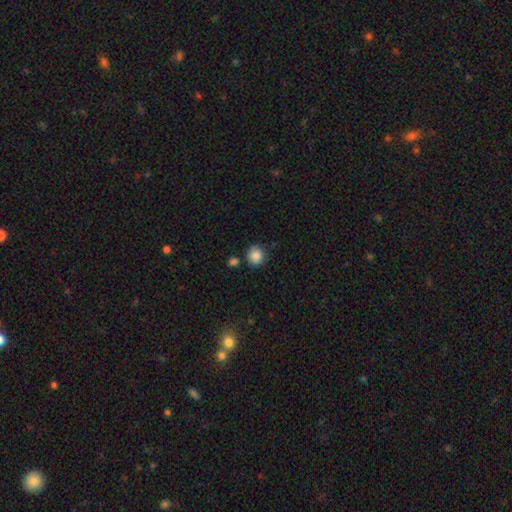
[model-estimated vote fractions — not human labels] Q: Smooth or featured?
A: smooth (86%); runner-up: star or artifact (9%)
Q: How rounded?
A: round (88%); runner-up: in between (11%)
Q: Merging?
A: none (80%); runner-up: minor disturbance (12%)